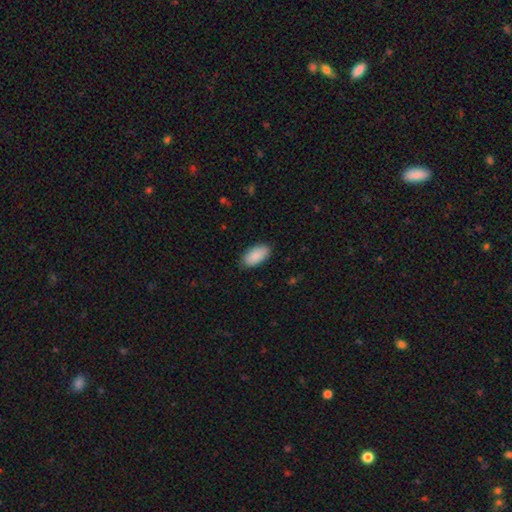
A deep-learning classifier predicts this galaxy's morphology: This appears to be a smooth galaxy with no disk features (90%) that is in between round and cigar-shaped (95%). Merging: none (86%).